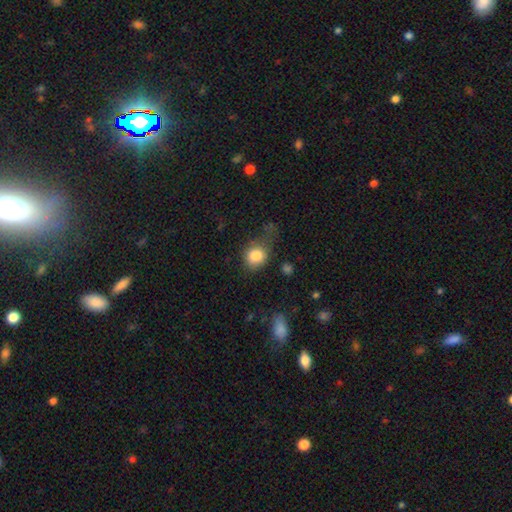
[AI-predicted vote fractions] Smooth or featured: smooth — 83% (star or artifact — 9%)
How rounded: round — 69% (in between — 30%)
Merging: none — 48% (minor disturbance — 29%)